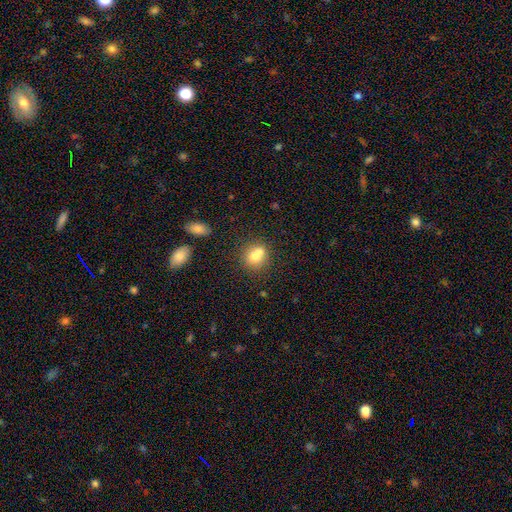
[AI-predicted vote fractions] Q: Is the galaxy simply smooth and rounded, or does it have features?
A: smooth — 71%.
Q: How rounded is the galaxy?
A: round — 77%.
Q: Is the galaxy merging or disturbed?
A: merger — 45%.